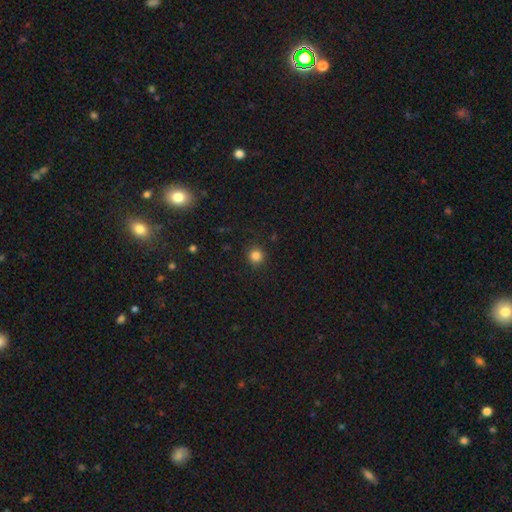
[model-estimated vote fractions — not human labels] The model was most divided on "smooth or featured": smooth: 83%, star or artifact: 13%, featured or disk: 4%. More confident: how rounded — round (92%); merging — none (89%).